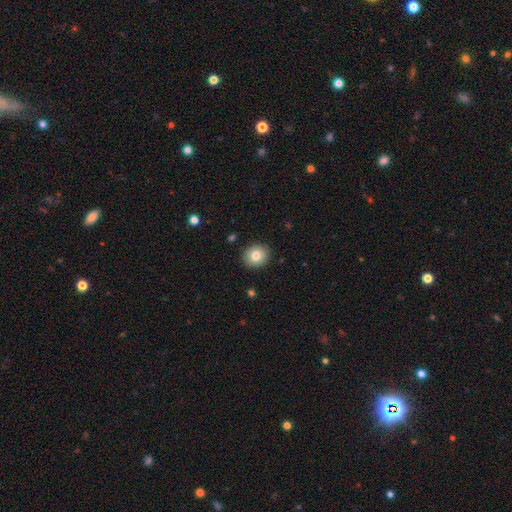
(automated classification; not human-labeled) Smooth or featured?
  - smooth: 80% *
  - featured or disk: 11%
  - star or artifact: 9%
How rounded?
  - round: 79% *
  - in between: 20%
  - cigar-shaped: 1%
Merging?
  - none: 90% *
  - minor disturbance: 7%
  - major disturbance: 2%
  - merger: 1%